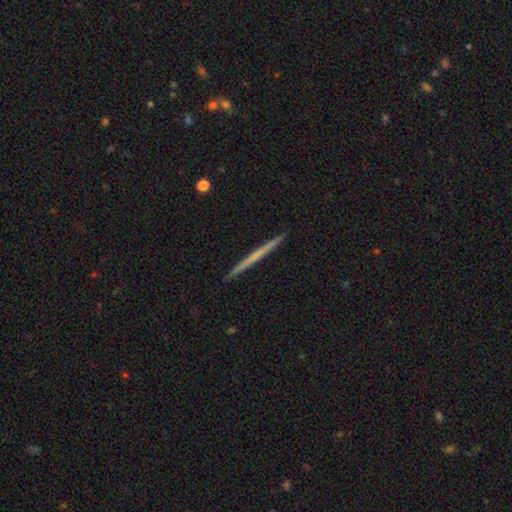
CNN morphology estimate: Smooth or featured? Predicted: featured or disk (p=0.60). Edge-on disk? Predicted: yes (p=0.98). Edge-on bulge? Predicted: none (p=0.83). Merging? Predicted: none (p=0.93).